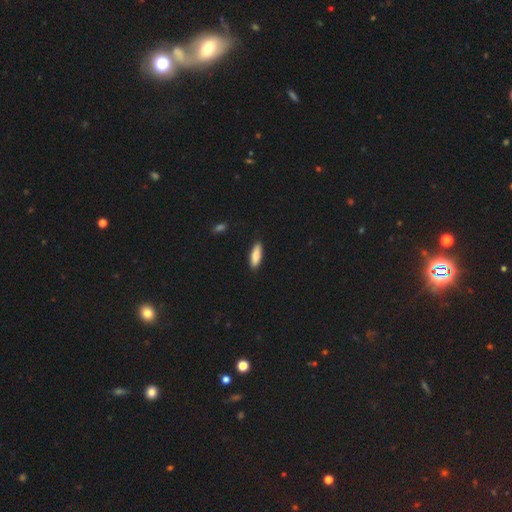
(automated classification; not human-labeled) Smooth or featured?
  - smooth: 86% *
  - featured or disk: 8%
  - star or artifact: 6%
How rounded?
  - in between: 55% *
  - cigar-shaped: 43%
  - round: 2%
Merging?
  - none: 88% *
  - minor disturbance: 9%
  - major disturbance: 2%
  - merger: 1%